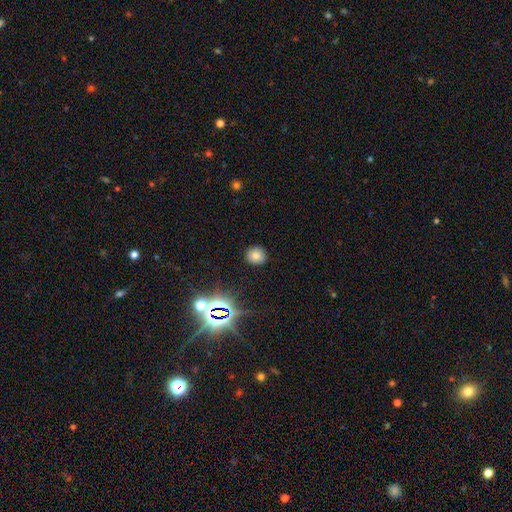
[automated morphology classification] smooth 71%, star or artifact 22%, featured or disk 8%. Down the decision tree: how rounded — round (87%); merging — none (89%).